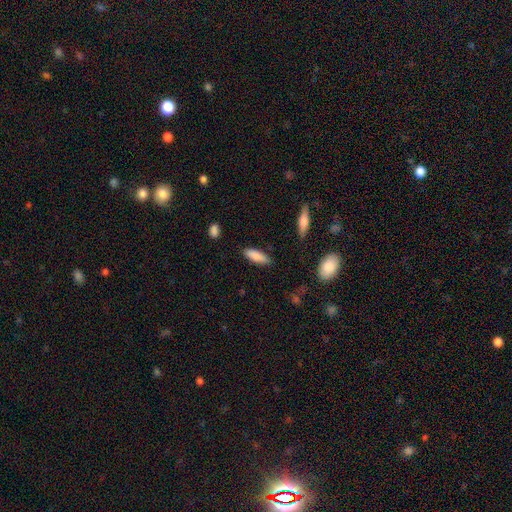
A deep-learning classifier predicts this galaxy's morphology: Q: Smooth or featured?
A: smooth (86%); runner-up: featured or disk (8%)
Q: How rounded?
A: in between (61%); runner-up: cigar-shaped (37%)
Q: Merging?
A: none (83%); runner-up: minor disturbance (13%)